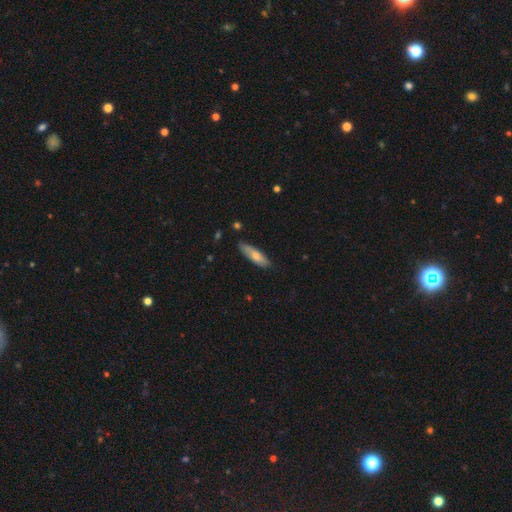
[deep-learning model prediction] Overall: smooth (71%). How rounded: cigar-shaped (62%; in between 36%). Merging: none (82%).